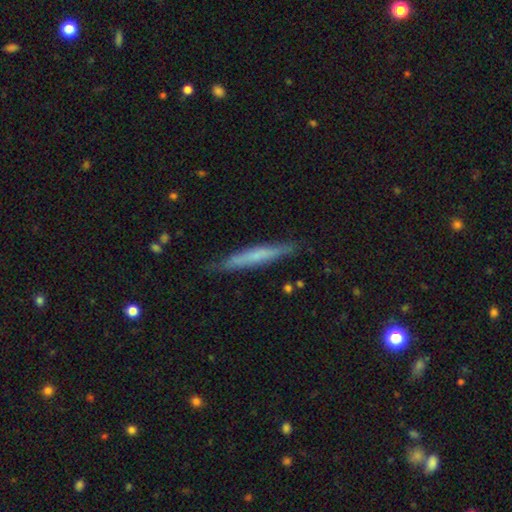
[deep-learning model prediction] Smooth or featured: smooth — 52% (featured or disk — 42%)
How rounded: cigar-shaped — 95% (in between — 3%)
Merging: none — 86% (minor disturbance — 11%)